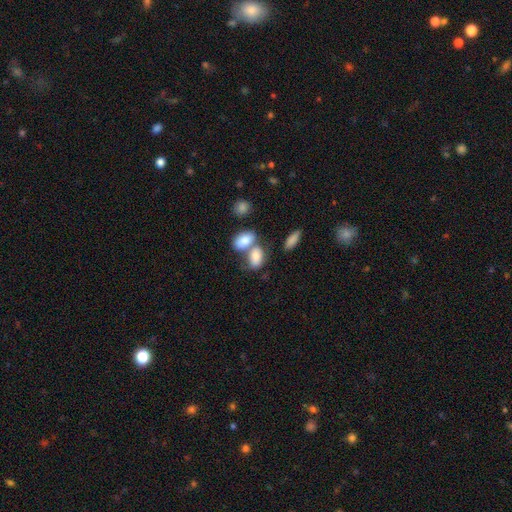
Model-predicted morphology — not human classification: Smooth or featured: smooth — 81% (featured or disk — 12%)
How rounded: in between — 89% (round — 9%)
Merging: merger — 49% (none — 35%)